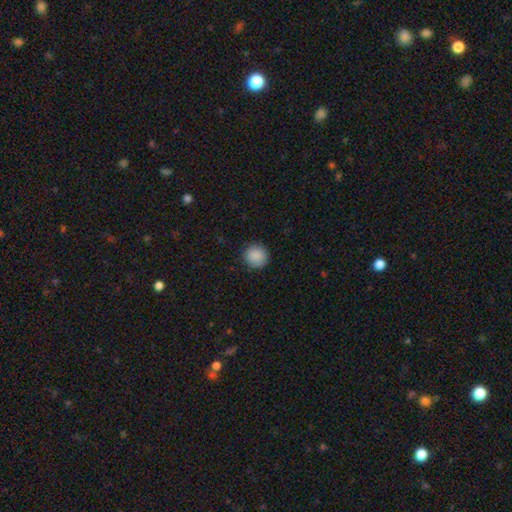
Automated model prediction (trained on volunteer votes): Overall: smooth (89%). How rounded: round (93%). Merging: none (90%).